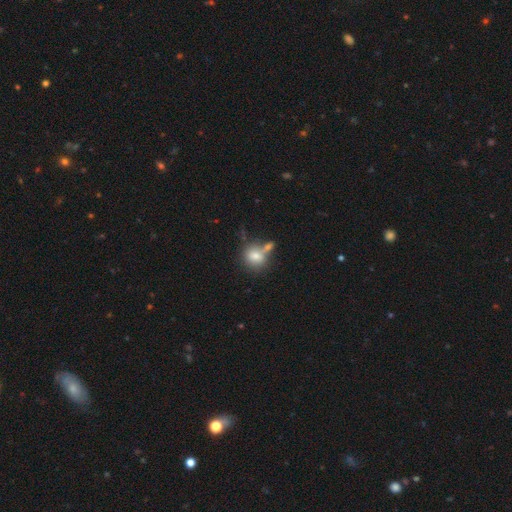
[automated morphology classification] smooth-or-featured: smooth: 76% | featured or disk: 14% | star or artifact: 10%
  how-rounded: round: 68% | in between: 30% | cigar-shaped: 2%
  merging: none: 45% | merger: 32% | minor disturbance: 15% | major disturbance: 7%